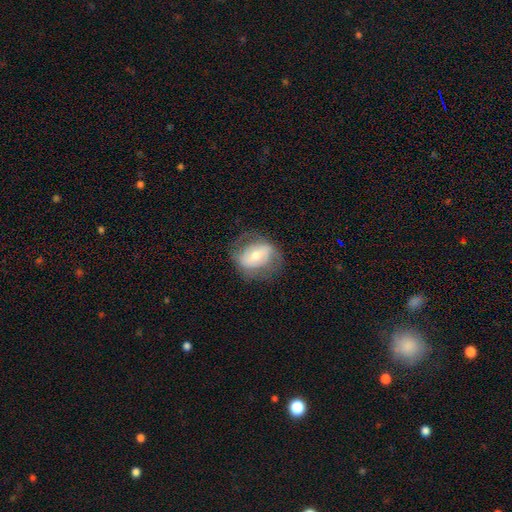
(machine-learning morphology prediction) Q: Smooth or featured?
A: featured or disk (52%); runner-up: smooth (41%)
Q: Edge-on disk?
A: no (94%); runner-up: yes (6%)
Q: Merging?
A: none (63%); runner-up: minor disturbance (21%)